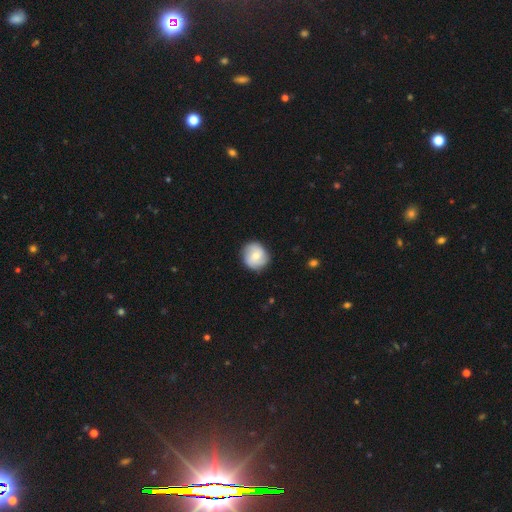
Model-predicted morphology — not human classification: Smooth or featured? smooth (57%)
How rounded? round (88%)
Merging? none (84%)